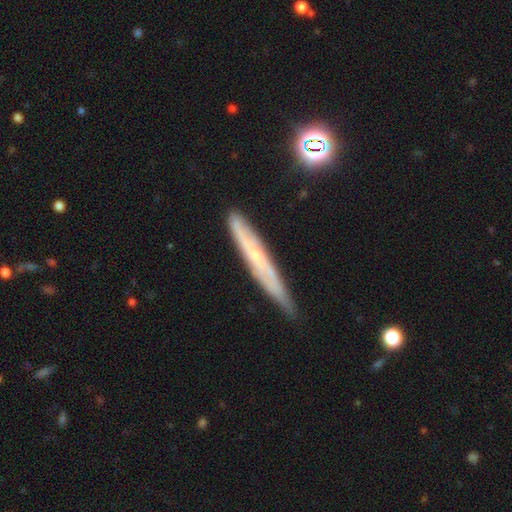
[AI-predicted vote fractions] This is possibly a featured or disk galaxy (57%). It is likely viewed edge-on (79%). Merging: likely none (73%).